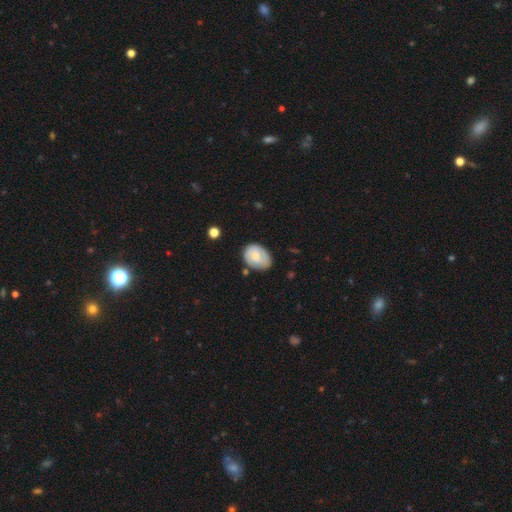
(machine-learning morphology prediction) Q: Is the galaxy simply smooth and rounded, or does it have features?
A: smooth — 63%.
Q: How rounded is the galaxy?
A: in between — 69%.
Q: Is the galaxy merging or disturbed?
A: none — 69%.